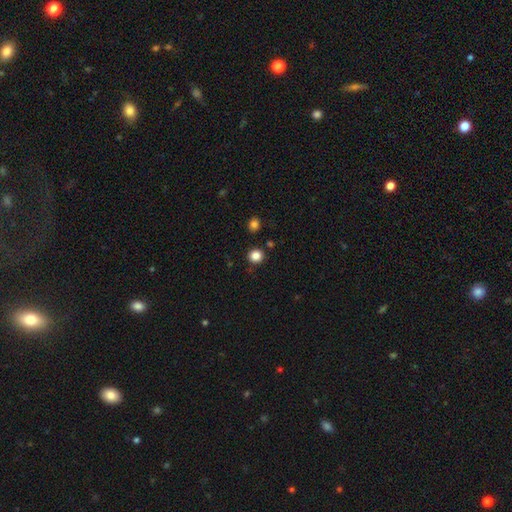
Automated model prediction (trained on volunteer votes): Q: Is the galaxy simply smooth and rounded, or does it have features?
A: smooth — 85%.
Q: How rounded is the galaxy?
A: round — 90%.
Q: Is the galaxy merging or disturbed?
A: none — 89%.